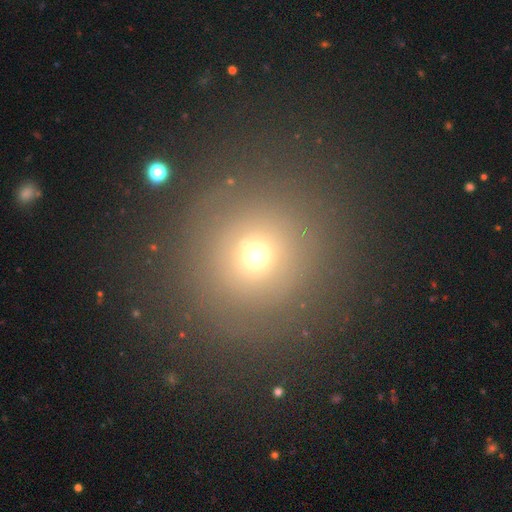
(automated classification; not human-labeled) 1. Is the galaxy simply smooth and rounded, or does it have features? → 65% smooth, 24% star or artifact, 11% featured or disk.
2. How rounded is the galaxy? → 94% round, 5% in between, 1% cigar-shaped.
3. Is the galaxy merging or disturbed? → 85% none, 8% minor disturbance, 5% major disturbance, 2% merger.